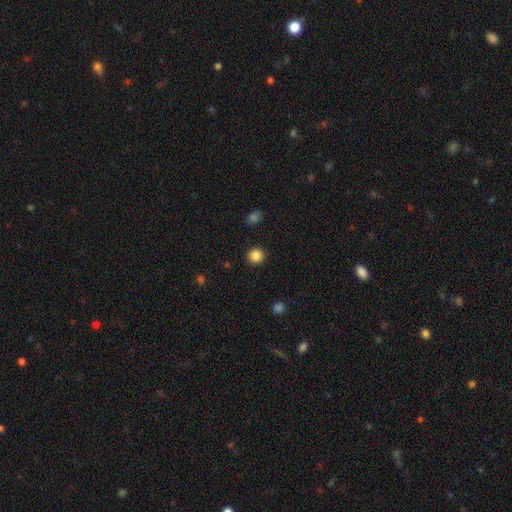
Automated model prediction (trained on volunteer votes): Smooth or featured? smooth (86%)
How rounded? round (94%)
Merging? none (92%)